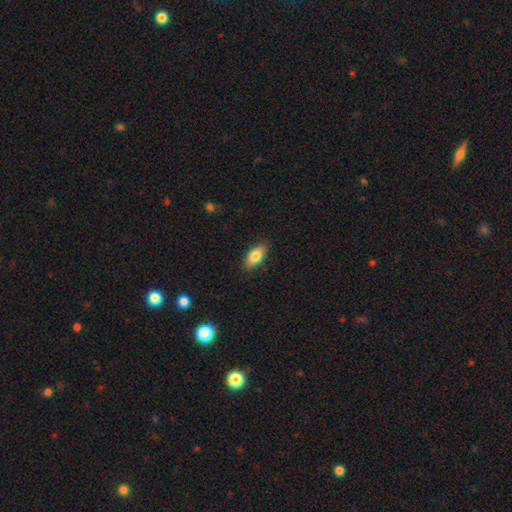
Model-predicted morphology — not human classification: Smooth or featured?
  - smooth: 81% *
  - featured or disk: 12%
  - star or artifact: 7%
How rounded?
  - in between: 86% *
  - cigar-shaped: 10%
  - round: 3%
Merging?
  - none: 87% *
  - minor disturbance: 10%
  - major disturbance: 2%
  - merger: 1%